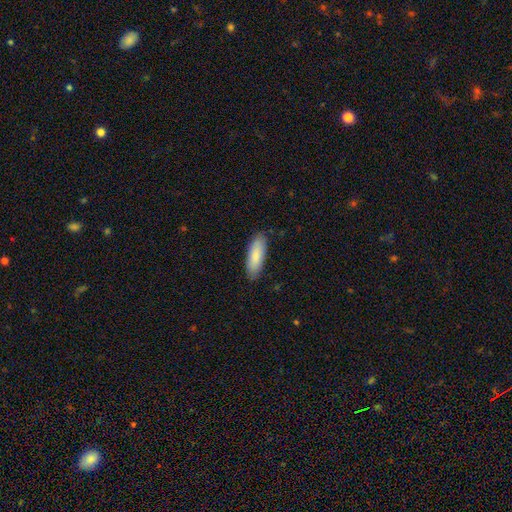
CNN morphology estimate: A smooth galaxy with no disk features (87%) that is in between round and cigar-shaped (57%).

Vote fractions:
- Smooth or featured? smooth: 87% / featured or disk: 8% / star or artifact: 5%
- How rounded? in between: 57% / cigar-shaped: 41% / round: 1%
- Merging? none: 87% / minor disturbance: 10% / major disturbance: 2% / merger: 1%